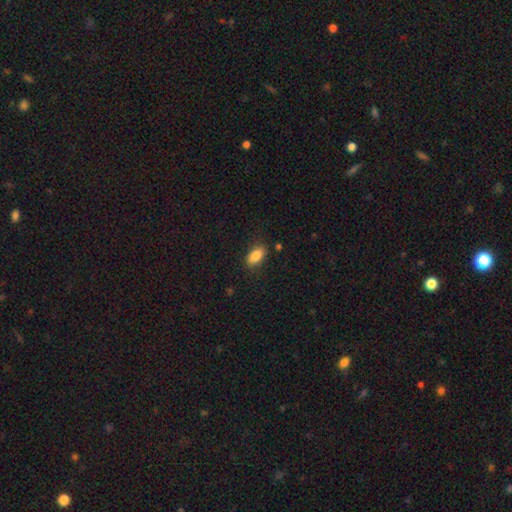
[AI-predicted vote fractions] A smooth galaxy with no disk features (85%) that is in between round and cigar-shaped (90%). Merging: none (85%).